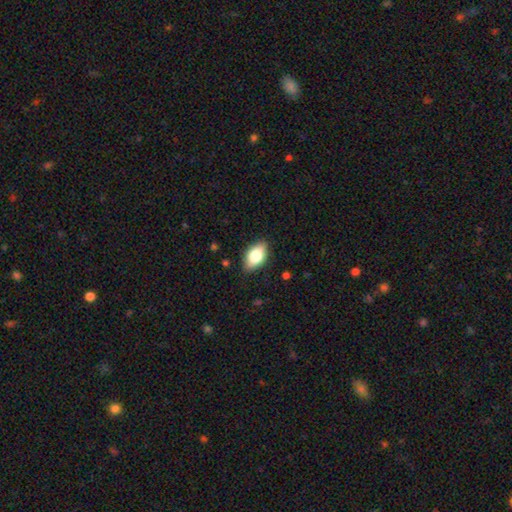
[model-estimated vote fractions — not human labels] This appears to be a smooth galaxy with no disk features (77%) that is in between round and cigar-shaped (90%). Merging: none (84%).